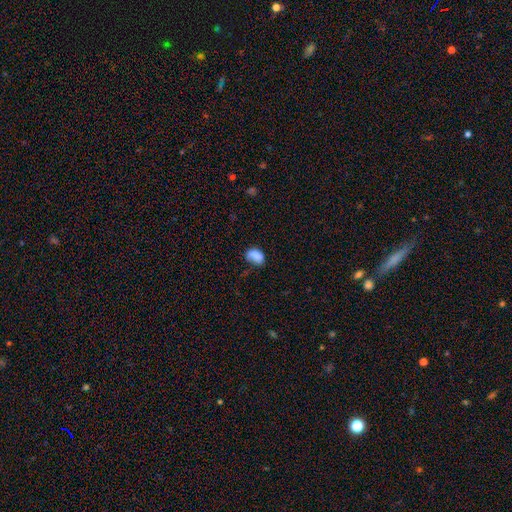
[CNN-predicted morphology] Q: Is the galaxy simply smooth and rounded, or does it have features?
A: smooth — 84%.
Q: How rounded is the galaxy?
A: in between — 83%.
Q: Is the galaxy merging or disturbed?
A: none — 53%.